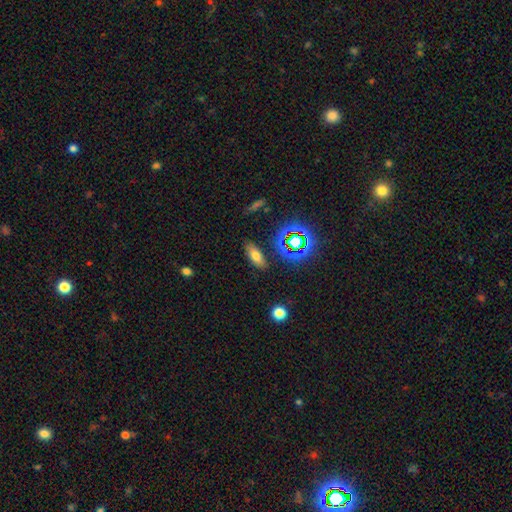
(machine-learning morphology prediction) This is likely a smooth galaxy (67%). How rounded: likely in between (78%). Merging: clearly none (84%).